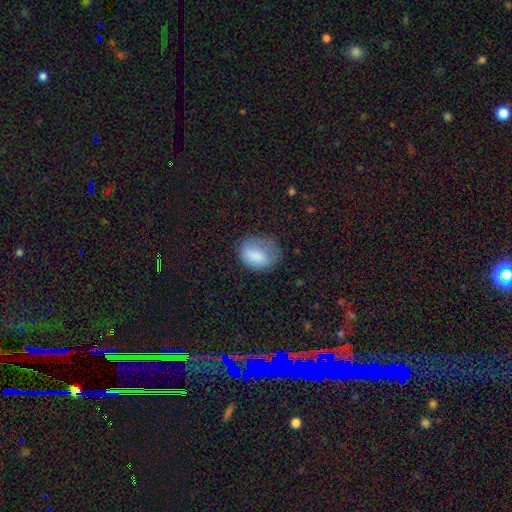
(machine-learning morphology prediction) Smooth or featured?
  - smooth: 81% *
  - featured or disk: 11%
  - star or artifact: 8%
How rounded?
  - in between: 62% *
  - round: 37%
  - cigar-shaped: 1%
Merging?
  - none: 48% *
  - minor disturbance: 30%
  - major disturbance: 21%
  - merger: 2%